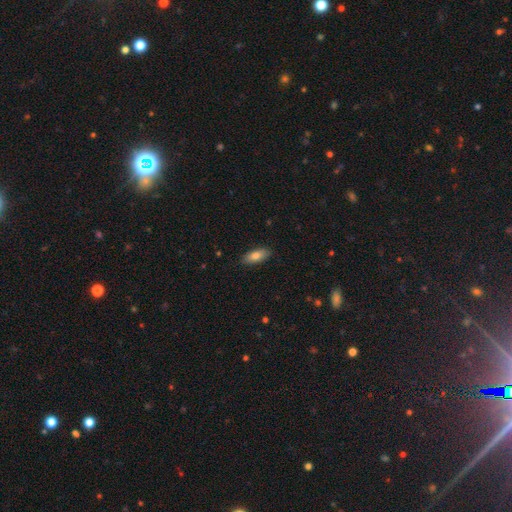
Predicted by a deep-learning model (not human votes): A smooth galaxy with no disk features (80%) that is in between round and cigar-shaped (78%). Merging: none (87%).